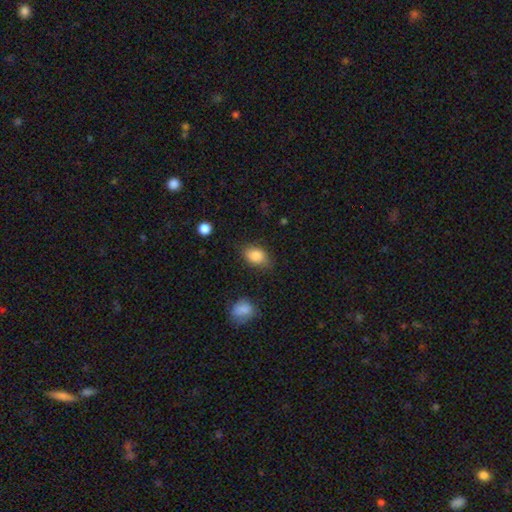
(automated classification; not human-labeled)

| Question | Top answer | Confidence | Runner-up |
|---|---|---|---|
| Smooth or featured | smooth | 86% | star or artifact (8%) |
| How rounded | in between | 81% | round (17%) |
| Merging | none | 73% | minor disturbance (20%) |